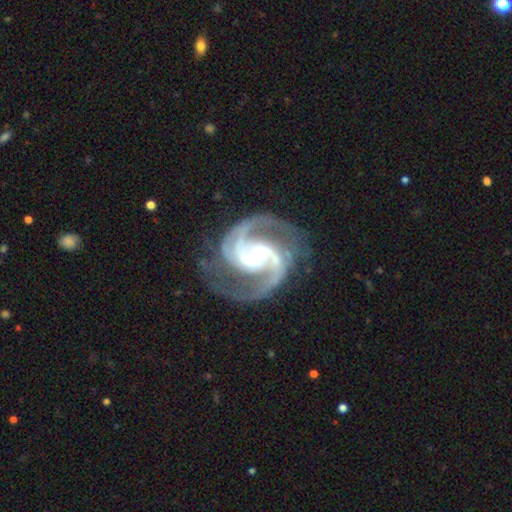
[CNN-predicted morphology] featured or disk 94%, star or artifact 4%, smooth 2%. Down the decision tree: edge-on disk — no (98%); bar — weak (44%); spiral arms — yes (99%); spiral arm count — 2 (84%); spiral winding — medium (65%); bulge size — moderate (62%); merging — none (75%).